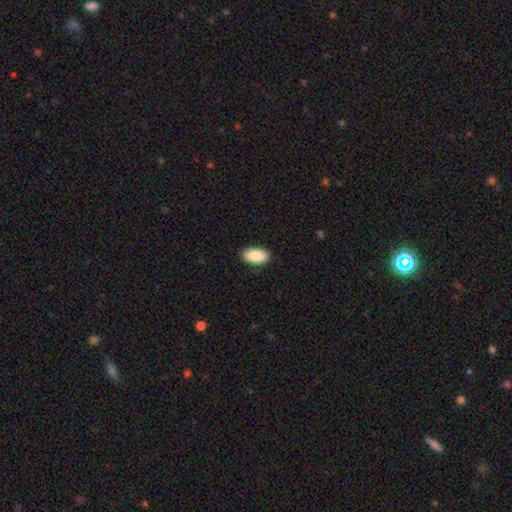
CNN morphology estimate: Overall: smooth (87%). How rounded: in between (95%). Merging: none (89%).